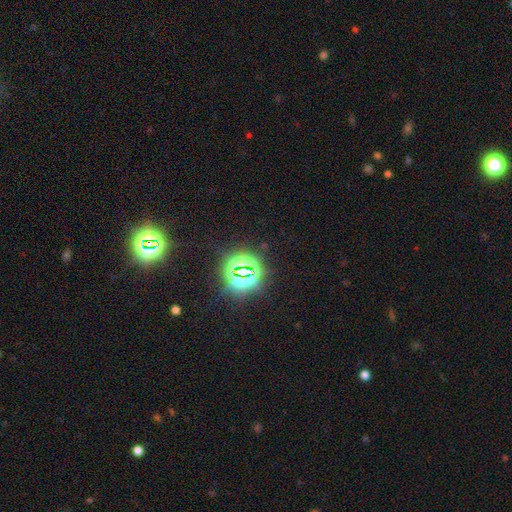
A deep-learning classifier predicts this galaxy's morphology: A star or artifact, not a galaxy (81%).